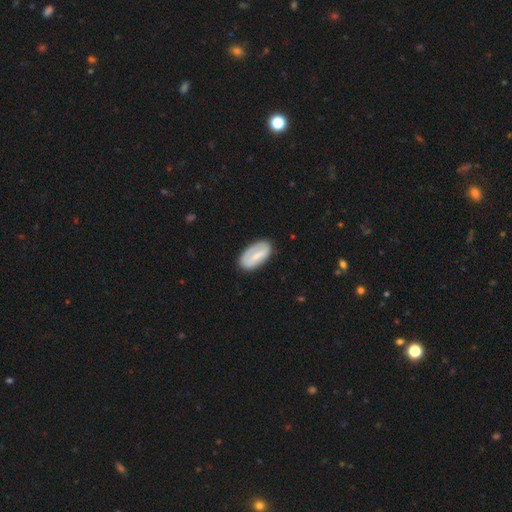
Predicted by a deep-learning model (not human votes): Smooth or featured: smooth — 59% (featured or disk — 35%)
How rounded: in between — 92% (cigar-shaped — 5%)
Merging: none — 79% (minor disturbance — 15%)